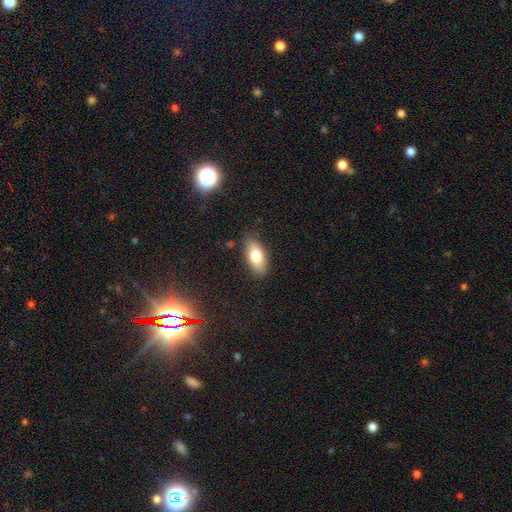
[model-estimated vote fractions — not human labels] Smooth or featured? Predicted: smooth (p=0.75). How rounded? Predicted: in between (p=0.88). Merging? Predicted: none (p=0.84).